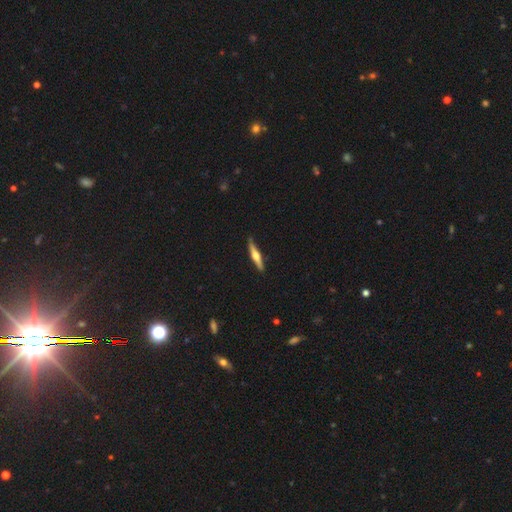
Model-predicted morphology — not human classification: Overall: featured or disk (65%; smooth 30%). Edge-on disk: yes (97%). Edge-on bulge: rounded (91%). Merging: none (89%).